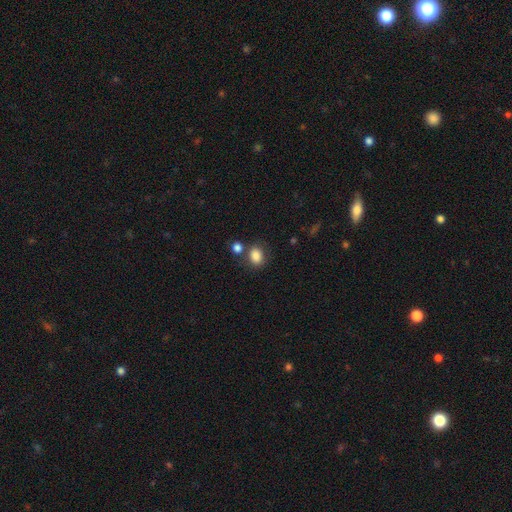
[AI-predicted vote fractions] Smooth or featured? Predicted: smooth (p=0.85). How rounded? Predicted: in between (p=0.60). Merging? Predicted: none (p=0.65).